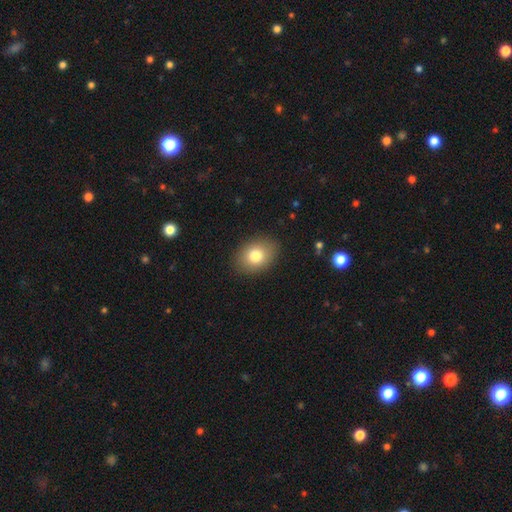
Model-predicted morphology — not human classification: Overall: smooth (80%). How rounded: in between (69%; round 30%). Merging: none (88%).